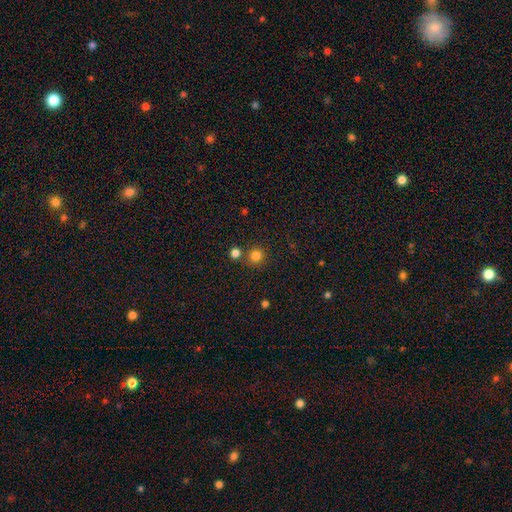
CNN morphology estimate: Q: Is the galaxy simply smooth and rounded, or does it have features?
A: smooth — 81%.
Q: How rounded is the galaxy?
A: round — 93%.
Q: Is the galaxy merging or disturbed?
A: none — 76%.